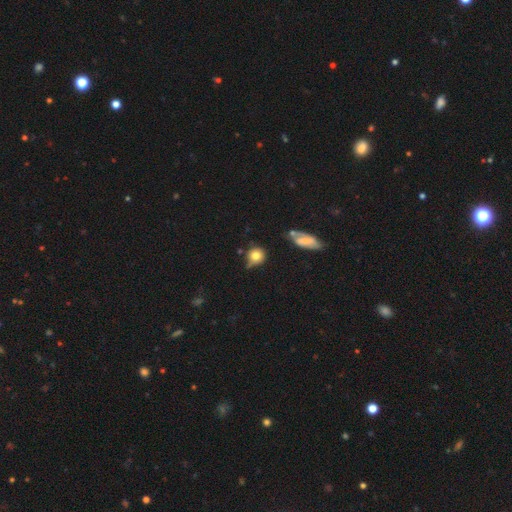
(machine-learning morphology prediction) smooth 76%, featured or disk 14%, star or artifact 10%. Down the decision tree: how rounded — round (81%); merging — none (49%).